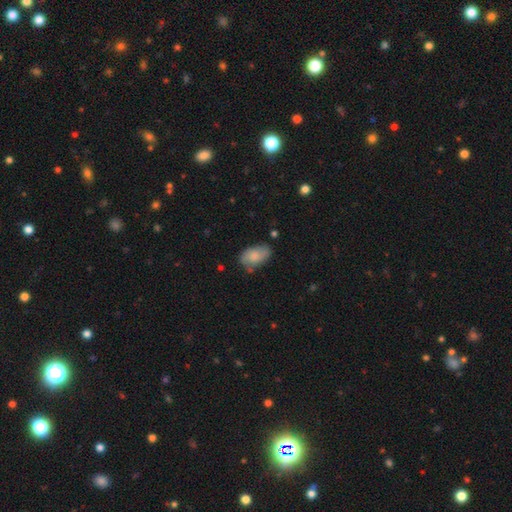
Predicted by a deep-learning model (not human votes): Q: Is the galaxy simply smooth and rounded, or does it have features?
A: smooth — 72%.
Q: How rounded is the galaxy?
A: in between — 92%.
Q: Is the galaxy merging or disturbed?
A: none — 63%.